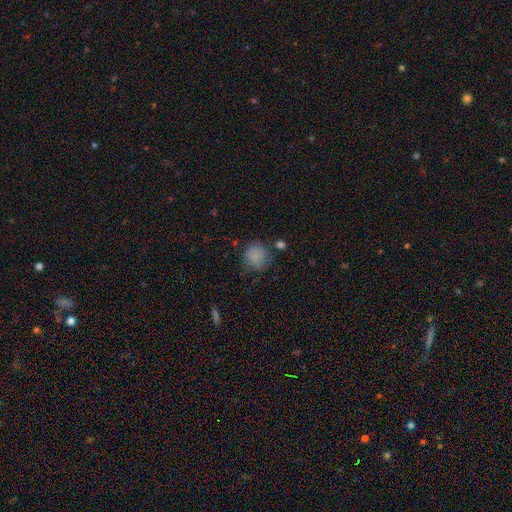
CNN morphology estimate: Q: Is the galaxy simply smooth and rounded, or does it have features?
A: smooth — 82%.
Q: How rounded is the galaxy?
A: round — 87%.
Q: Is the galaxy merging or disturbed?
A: none — 71%.